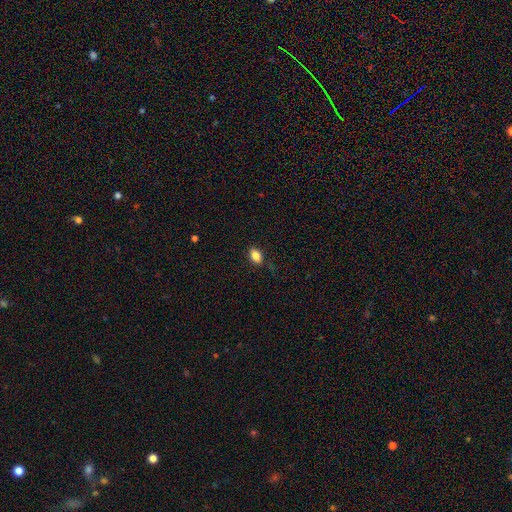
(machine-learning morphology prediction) The model was most divided on "how rounded": in between: 83%, round: 14%, cigar-shaped: 2%. More confident: smooth or featured — smooth (85%); merging — none (82%).